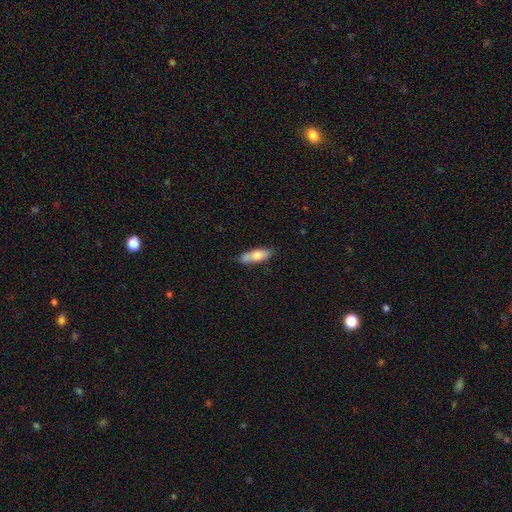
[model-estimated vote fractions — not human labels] Smooth or featured: smooth — 69% (featured or disk — 25%)
How rounded: in between — 58% (cigar-shaped — 40%)
Merging: none — 73% (minor disturbance — 20%)